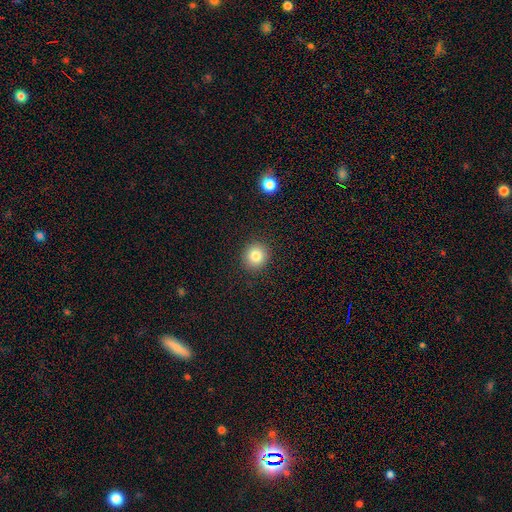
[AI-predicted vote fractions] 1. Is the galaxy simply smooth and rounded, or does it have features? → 82% smooth, 11% star or artifact, 7% featured or disk.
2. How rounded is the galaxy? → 87% round, 12% in between, 1% cigar-shaped.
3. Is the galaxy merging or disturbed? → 91% none, 6% minor disturbance, 2% major disturbance, 1% merger.